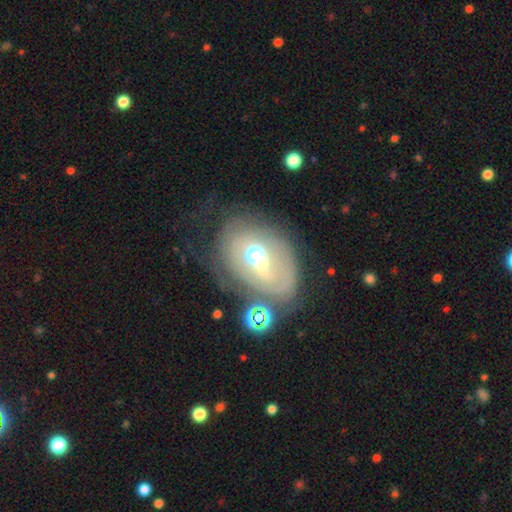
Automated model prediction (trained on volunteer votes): The model was most divided on "merging": none: 35%, major disturbance: 27%, merger: 19%, minor disturbance: 19%. More confident: edge-on disk — no (94%); bar — no (65%); spiral arms — no (64%); smooth or featured — featured or disk (57%); bulge size — moderate (53%).